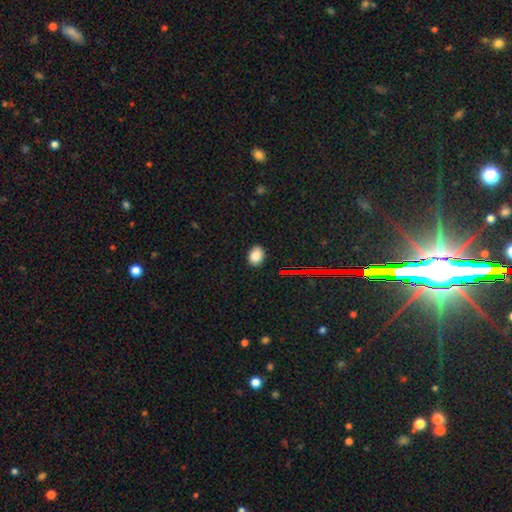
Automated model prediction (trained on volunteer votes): Smooth or featured?
  - smooth: 85% *
  - star or artifact: 11%
  - featured or disk: 4%
How rounded?
  - in between: 76% *
  - round: 23%
  - cigar-shaped: 1%
Merging?
  - none: 88% *
  - minor disturbance: 9%
  - major disturbance: 2%
  - merger: 1%